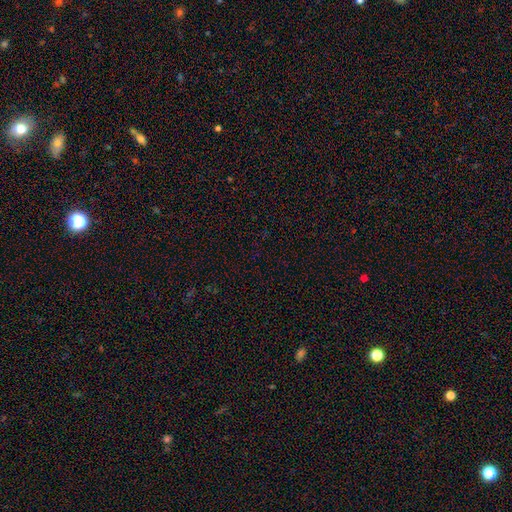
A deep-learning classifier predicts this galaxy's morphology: smooth_or_featured: star or artifact (p=0.69) [alt: smooth p=0.24]